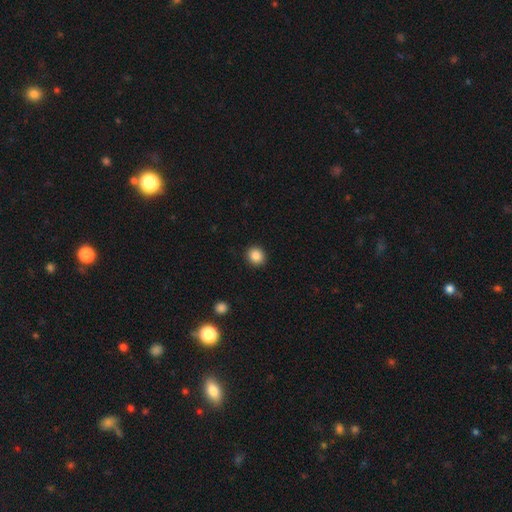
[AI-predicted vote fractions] The model was most divided on "how rounded": round: 84%, in between: 16%, cigar-shaped: 1%. More confident: merging — none (92%); smooth or featured — smooth (86%).